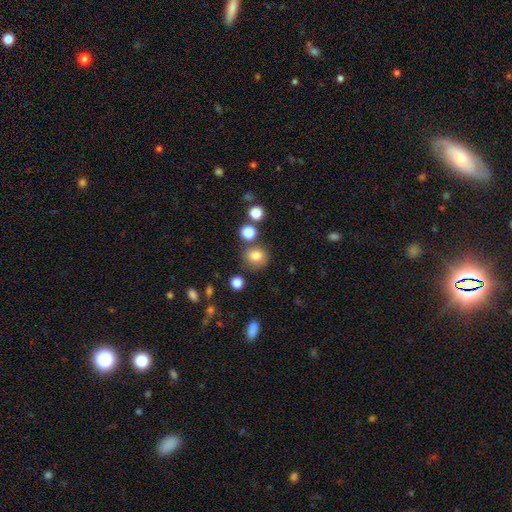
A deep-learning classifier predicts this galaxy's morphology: A smooth galaxy with no disk features (79%) that is round (82%). Merging: none (76%).